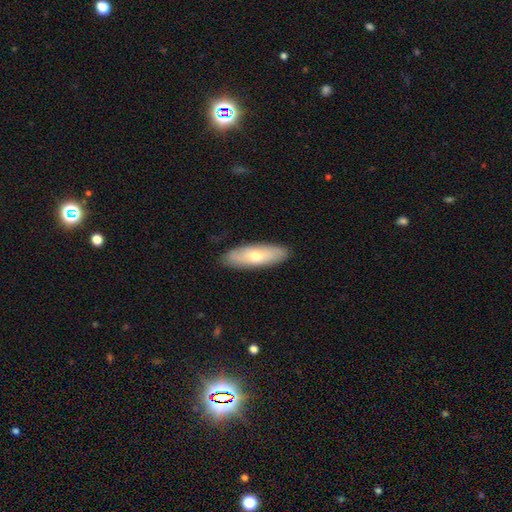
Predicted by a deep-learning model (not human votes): smooth-or-featured: smooth: 56% | featured or disk: 37% | star or artifact: 7%
  how-rounded: in between: 54% | cigar-shaped: 44% | round: 3%
  merging: none: 88% | minor disturbance: 9% | major disturbance: 2% | merger: 1%